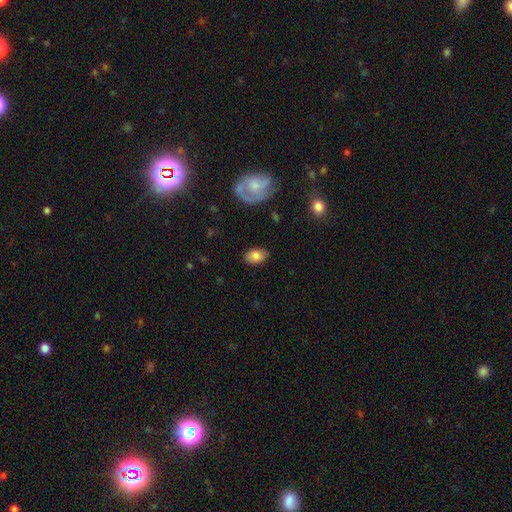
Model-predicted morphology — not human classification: Smooth or featured? Predicted: smooth (p=0.80). How rounded? Predicted: in between (p=0.88). Merging? Predicted: none (p=0.83).